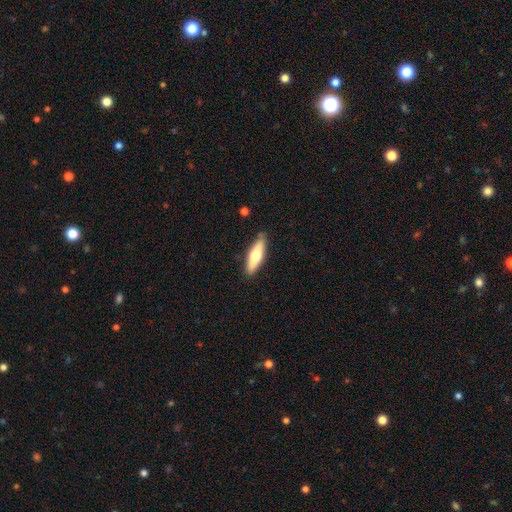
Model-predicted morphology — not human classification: smooth_or_featured: smooth (p=0.58) [alt: featured or disk p=0.36]
how_rounded: cigar-shaped (p=0.57) [alt: in between p=0.41]
merging: none (p=0.85) [alt: minor disturbance p=0.11]